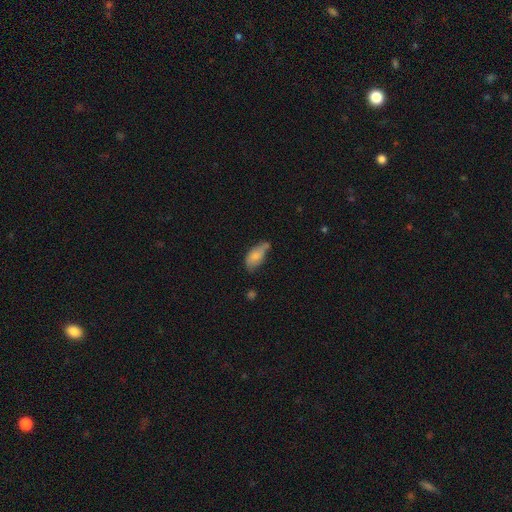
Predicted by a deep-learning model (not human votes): smooth 76%, featured or disk 17%, star or artifact 7%. Down the decision tree: how rounded — in between (89%); merging — minor disturbance (40%).